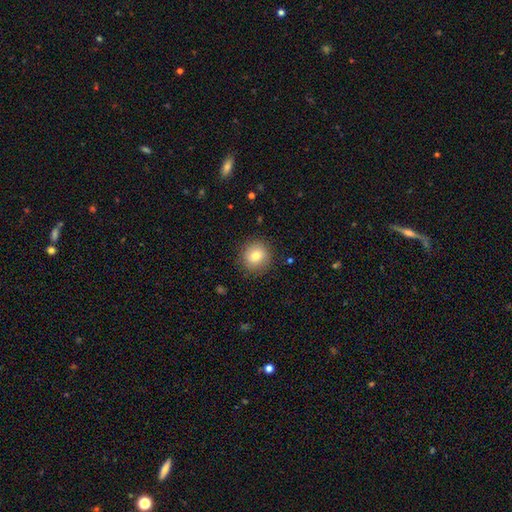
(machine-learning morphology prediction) type=smooth (76%); roundness=round (91%); merging=none (88%).